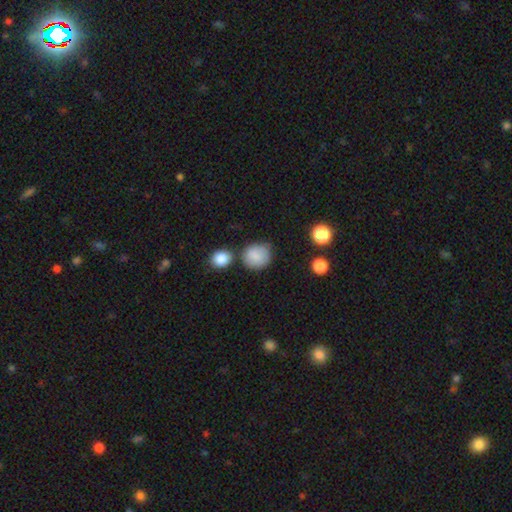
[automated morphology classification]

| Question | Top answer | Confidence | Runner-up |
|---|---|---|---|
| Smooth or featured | smooth | 85% | star or artifact (8%) |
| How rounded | round | 78% | in between (21%) |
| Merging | none | 66% | minor disturbance (20%) |